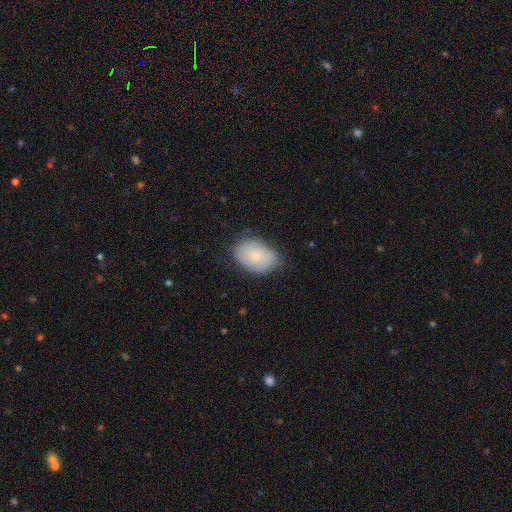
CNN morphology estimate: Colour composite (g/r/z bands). It shows a smooth galaxy with no disk features (63%) that is in between round and cigar-shaped (87%). Merging: none (71%).